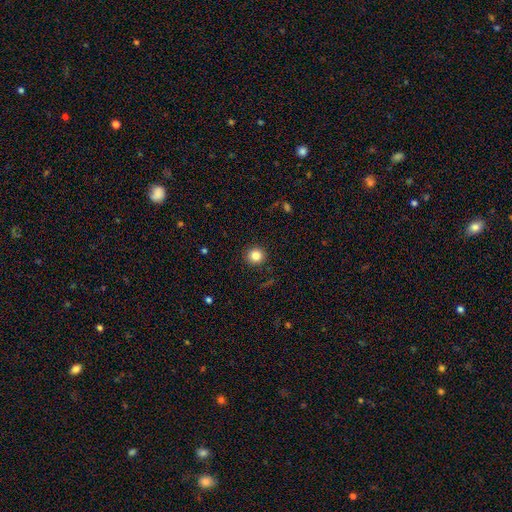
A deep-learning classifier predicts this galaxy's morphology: Smooth or featured?
  - smooth: 84% *
  - star or artifact: 11%
  - featured or disk: 5%
How rounded?
  - round: 92% *
  - in between: 7%
  - cigar-shaped: 1%
Merging?
  - none: 91% *
  - minor disturbance: 6%
  - major disturbance: 2%
  - merger: 1%